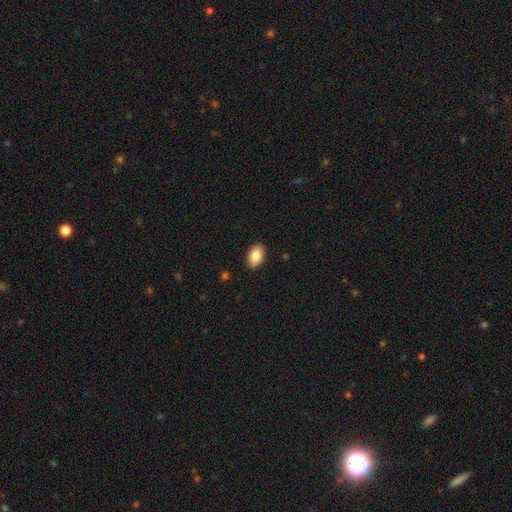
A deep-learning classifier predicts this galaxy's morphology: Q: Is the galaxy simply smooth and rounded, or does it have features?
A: smooth — 86%.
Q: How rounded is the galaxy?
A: in between — 92%.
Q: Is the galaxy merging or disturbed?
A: none — 89%.